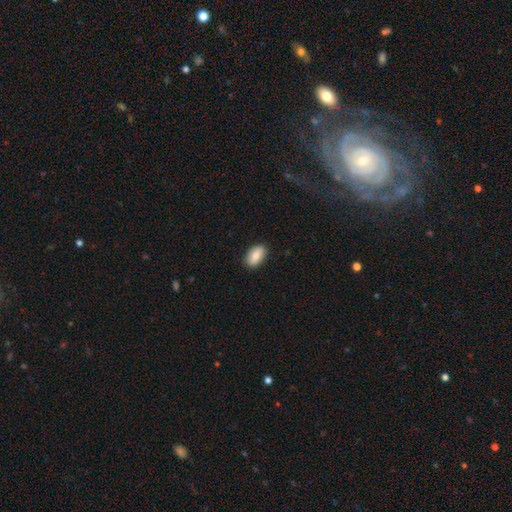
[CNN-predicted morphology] Smooth or featured? Predicted: smooth (p=0.82). How rounded? Predicted: in between (p=0.93). Merging? Predicted: none (p=0.88).